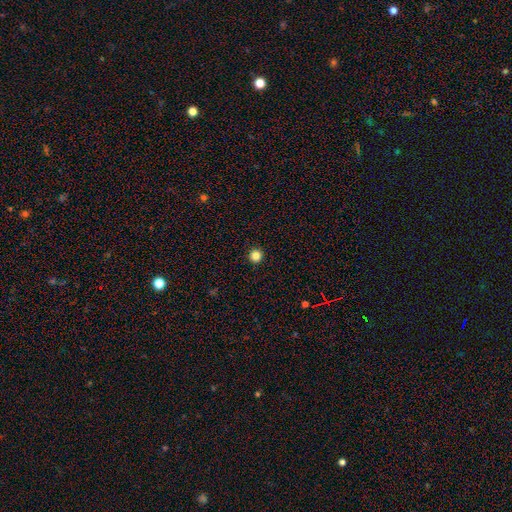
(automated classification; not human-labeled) smooth 84%, star or artifact 12%, featured or disk 4%. Down the decision tree: how rounded — round (95%); merging — none (93%).